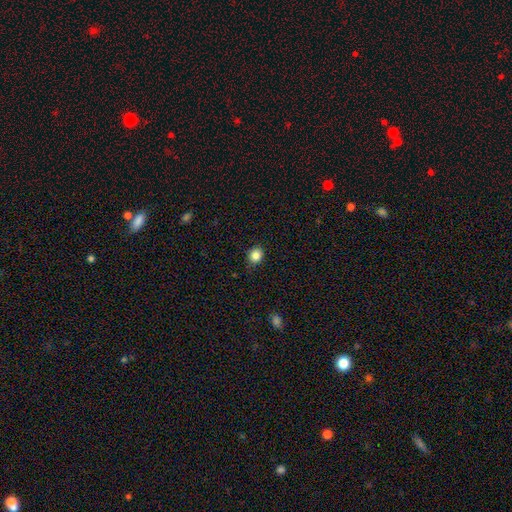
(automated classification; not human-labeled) This is clearly a smooth galaxy (85%). How rounded: likely round (75%). Merging: clearly none (86%).